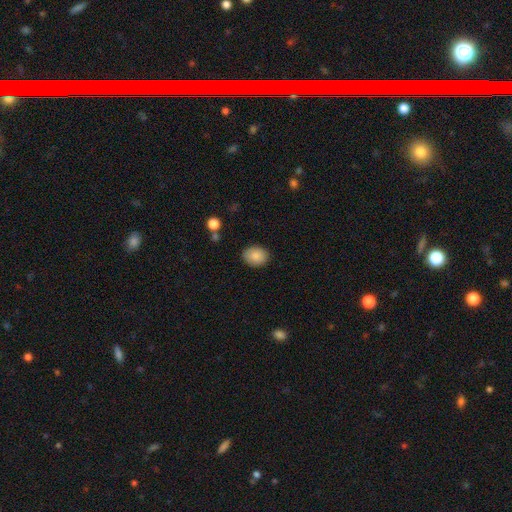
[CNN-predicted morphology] A smooth galaxy with no disk features (87%) that is in between round and cigar-shaped (50%). Merging: none (87%).